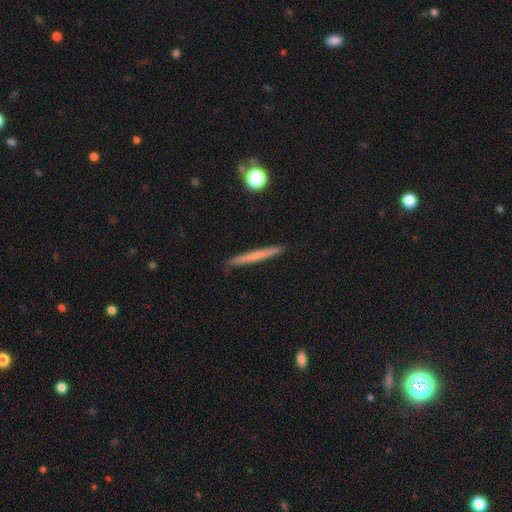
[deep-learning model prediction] smooth_or_featured: smooth (p=0.53) [alt: featured or disk p=0.40]
how_rounded: cigar-shaped (p=0.96) [alt: in between p=0.02]
merging: none (p=0.90) [alt: minor disturbance p=0.07]